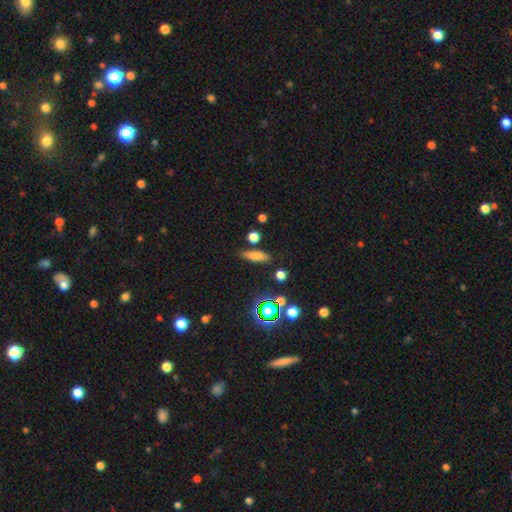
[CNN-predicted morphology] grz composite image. It shows a smooth galaxy with no disk features (72%) that is cigar-shaped (52%). Merging: none (76%).